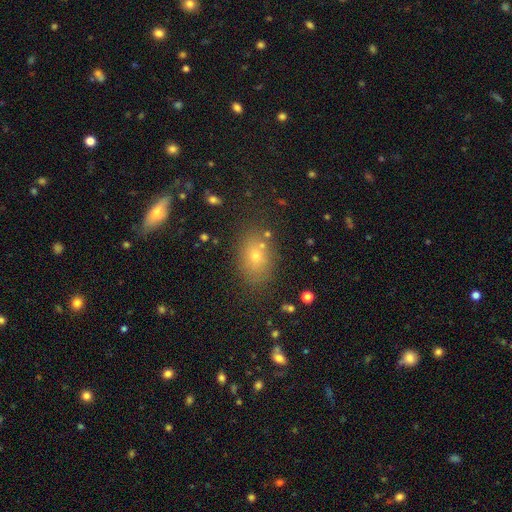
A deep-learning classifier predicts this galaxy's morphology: The model was most divided on "smooth or featured": smooth: 66%, star or artifact: 18%, featured or disk: 15%. More confident: merging — none (77%); how rounded — in between (74%).